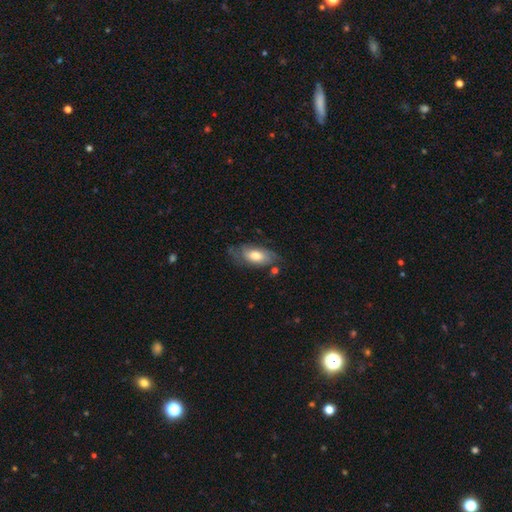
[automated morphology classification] smooth_or_featured: smooth (p=0.54) [alt: featured or disk p=0.39]
how_rounded: in between (p=0.88) [alt: cigar-shaped p=0.08]
merging: none (p=0.56) [alt: minor disturbance p=0.27]